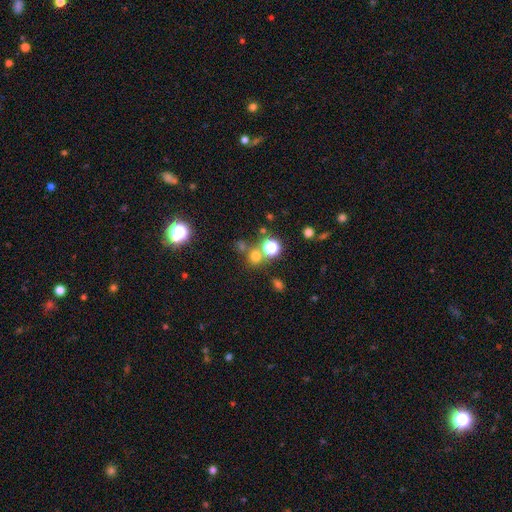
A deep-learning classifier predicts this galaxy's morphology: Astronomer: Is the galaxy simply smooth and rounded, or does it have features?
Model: smooth — 63%.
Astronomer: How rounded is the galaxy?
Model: round — 88%.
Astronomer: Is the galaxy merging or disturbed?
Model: none — 67%.